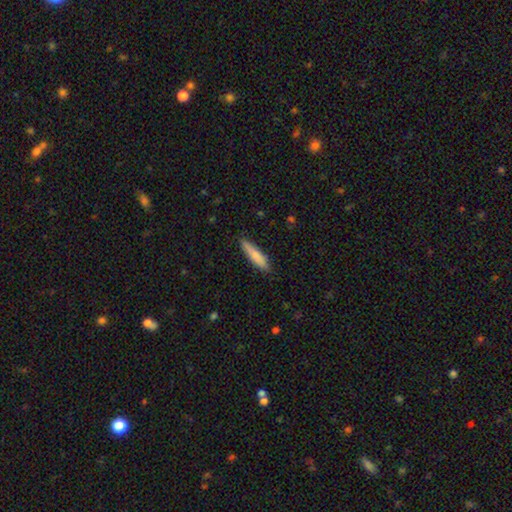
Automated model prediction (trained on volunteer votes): smooth 80%, featured or disk 15%, star or artifact 6%. Down the decision tree: how rounded — cigar-shaped (83%); merging — none (87%).